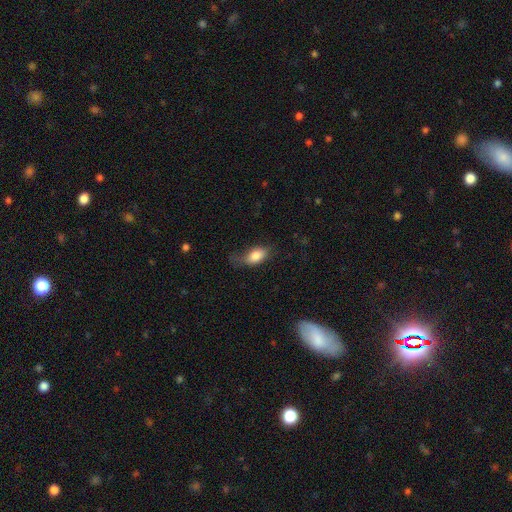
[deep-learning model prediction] Smooth or featured: smooth — 82% (featured or disk — 11%)
How rounded: in between — 89% (round — 6%)
Merging: none — 46% (minor disturbance — 33%)